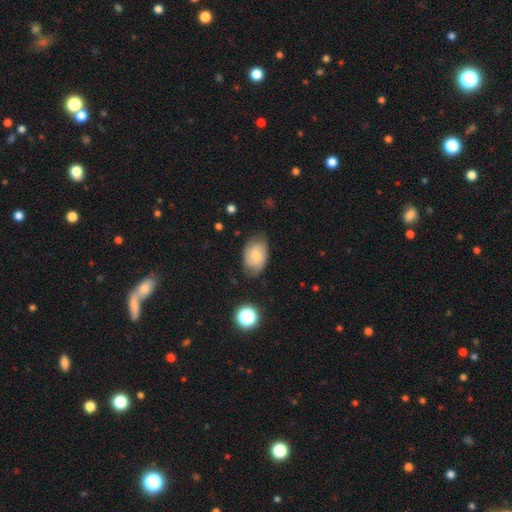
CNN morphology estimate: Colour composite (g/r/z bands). It shows a featured or disk galaxy (48%). Merging: none (69%).